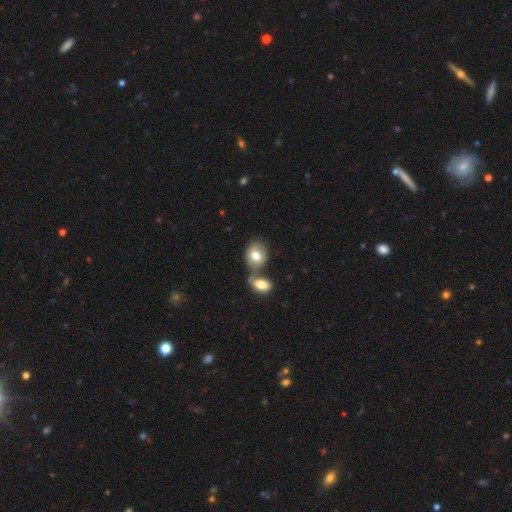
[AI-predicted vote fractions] Smooth or featured? smooth (75%)
How rounded? in between (51%)
Merging? merger (44%)